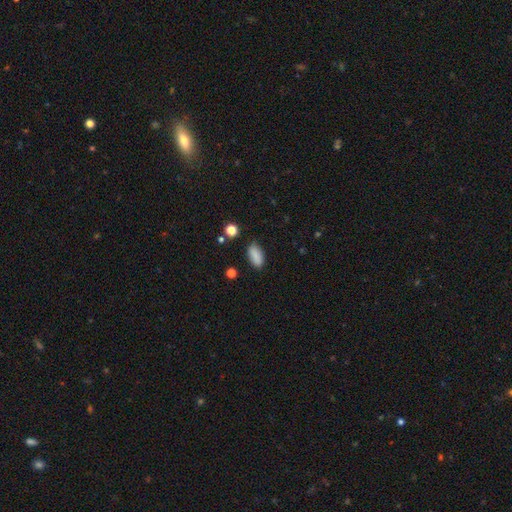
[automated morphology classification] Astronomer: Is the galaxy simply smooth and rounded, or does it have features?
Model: smooth — 87%.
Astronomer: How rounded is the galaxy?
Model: in between — 88%.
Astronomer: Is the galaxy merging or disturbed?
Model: none — 81%.